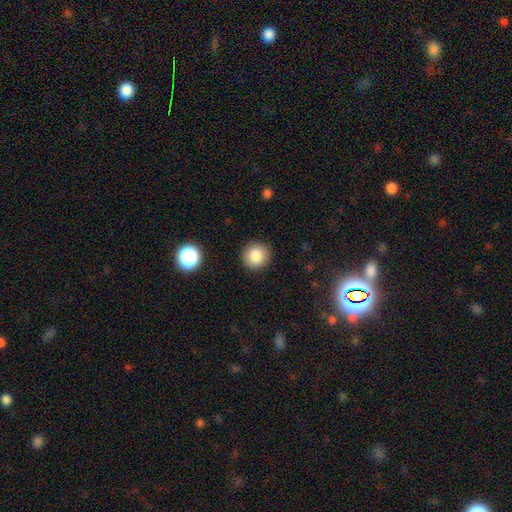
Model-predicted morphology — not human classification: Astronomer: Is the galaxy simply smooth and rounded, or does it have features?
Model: smooth — 85%.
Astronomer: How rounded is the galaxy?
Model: round — 91%.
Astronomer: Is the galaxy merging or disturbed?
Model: none — 90%.